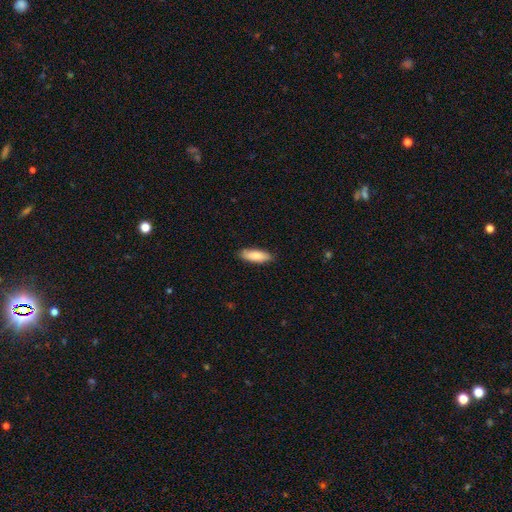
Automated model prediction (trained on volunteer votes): The model was most divided on "how rounded": in between: 61%, cigar-shaped: 37%, round: 2%. More confident: merging — none (85%); smooth or featured — smooth (84%).